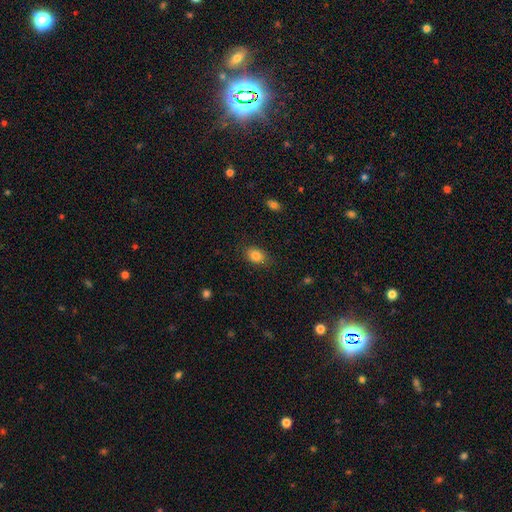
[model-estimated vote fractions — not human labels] A smooth galaxy with no disk features (84%) that is in between round and cigar-shaped (73%).

Vote fractions:
- Smooth or featured? smooth: 84% / star or artifact: 9% / featured or disk: 7%
- How rounded? in between: 73% / round: 26% / cigar-shaped: 1%
- Merging? none: 84% / minor disturbance: 12% / major disturbance: 3% / merger: 1%